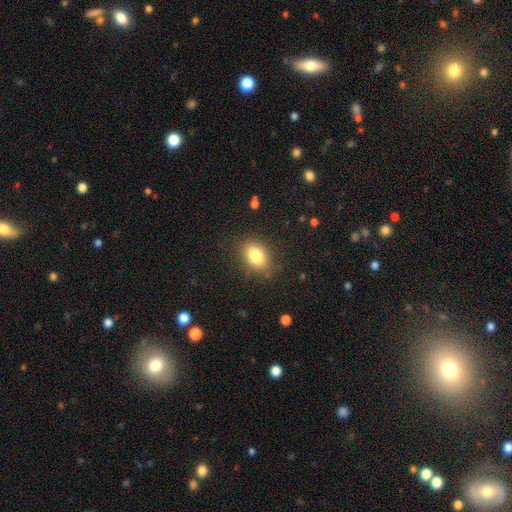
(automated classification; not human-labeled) Smooth or featured: smooth — 82% (featured or disk — 9%)
How rounded: in between — 83% (round — 15%)
Merging: none — 83% (minor disturbance — 12%)